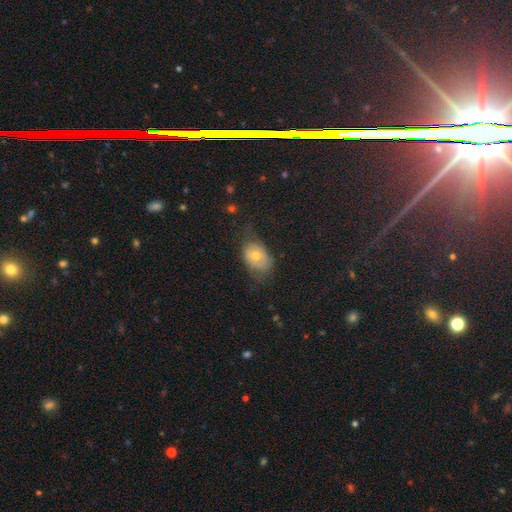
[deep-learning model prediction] Q: Smooth or featured?
A: smooth (52%); runner-up: featured or disk (39%)
Q: How rounded?
A: in between (73%); runner-up: round (25%)
Q: Merging?
A: none (48%); runner-up: minor disturbance (31%)